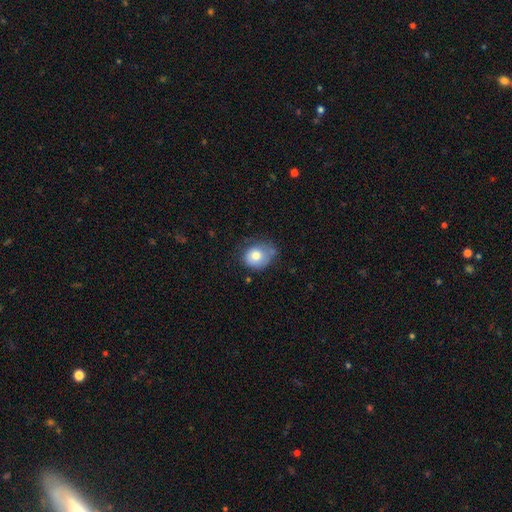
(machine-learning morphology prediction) smooth_or_featured: smooth (p=0.75) [alt: featured or disk p=0.18]
how_rounded: round (p=0.62) [alt: in between p=0.38]
merging: none (p=0.48) [alt: minor disturbance p=0.35]